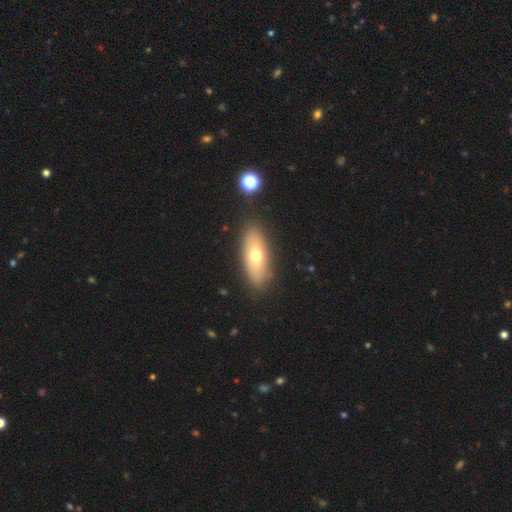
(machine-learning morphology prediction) Q: Smooth or featured?
A: smooth (63%); runner-up: featured or disk (29%)
Q: How rounded?
A: in between (70%); runner-up: cigar-shaped (26%)
Q: Merging?
A: none (86%); runner-up: minor disturbance (9%)